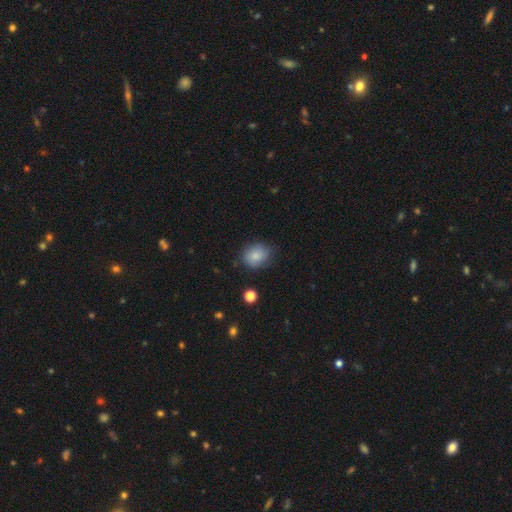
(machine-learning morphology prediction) This is clearly a smooth galaxy (84%). How rounded: possibly round (54%). Merging: likely none (74%).